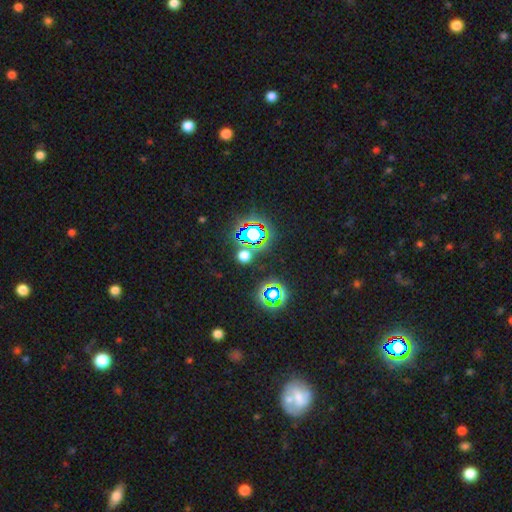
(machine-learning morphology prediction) This is likely a star or artifact rather than a galaxy (79%).